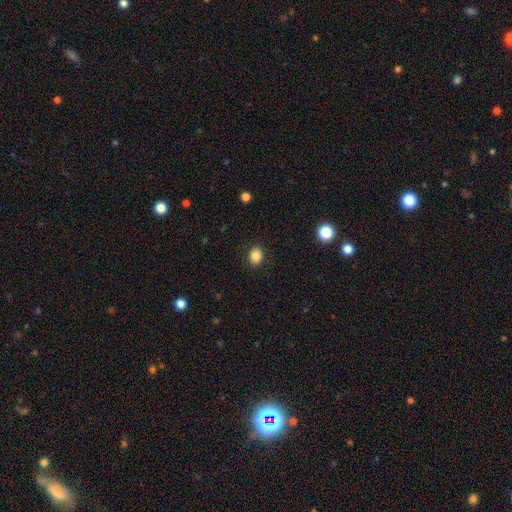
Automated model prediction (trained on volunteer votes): A smooth galaxy with no disk features (85%) that is round (54%).

Vote fractions:
- Smooth or featured? smooth: 85% / star or artifact: 10% / featured or disk: 5%
- How rounded? round: 54% / in between: 45% / cigar-shaped: 1%
- Merging? none: 90% / minor disturbance: 7% / major disturbance: 2% / merger: 1%